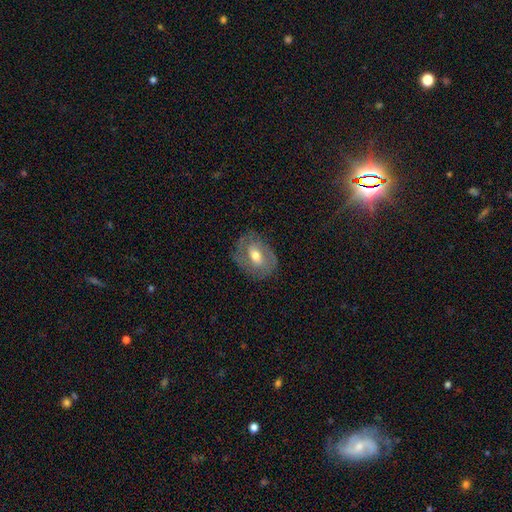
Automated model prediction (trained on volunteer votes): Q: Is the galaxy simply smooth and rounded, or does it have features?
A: featured or disk — 59%.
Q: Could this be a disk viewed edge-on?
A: no — 93%.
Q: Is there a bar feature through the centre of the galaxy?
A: no — 43%.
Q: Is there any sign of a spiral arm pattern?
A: yes — 63%.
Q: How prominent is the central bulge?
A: moderate — 71%.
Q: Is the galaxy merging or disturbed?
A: none — 73%.